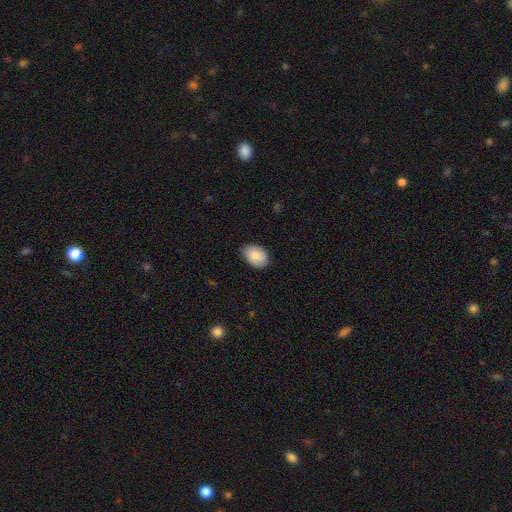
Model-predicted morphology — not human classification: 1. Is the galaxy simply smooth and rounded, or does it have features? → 88% smooth, 6% star or artifact, 6% featured or disk.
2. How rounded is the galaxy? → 84% in between, 15% round, 1% cigar-shaped.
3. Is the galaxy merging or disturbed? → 78% none, 18% minor disturbance, 3% major disturbance, 1% merger.